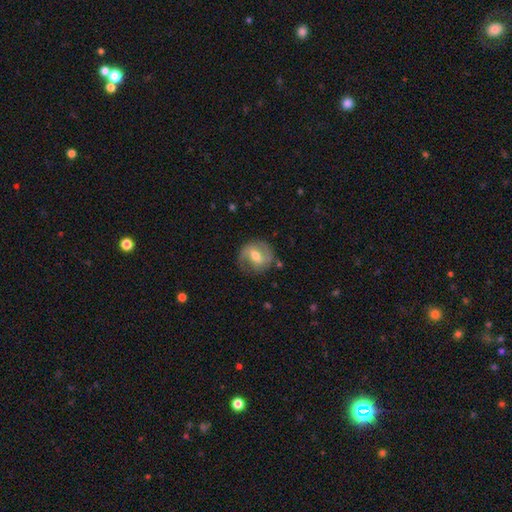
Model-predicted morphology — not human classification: featured or disk 63%, smooth 31%, star or artifact 6%. Down the decision tree: edge-on disk — no (96%); bar — weak (49%); spiral arms — yes (79%); bulge size — moderate (69%); merging — none (73%).